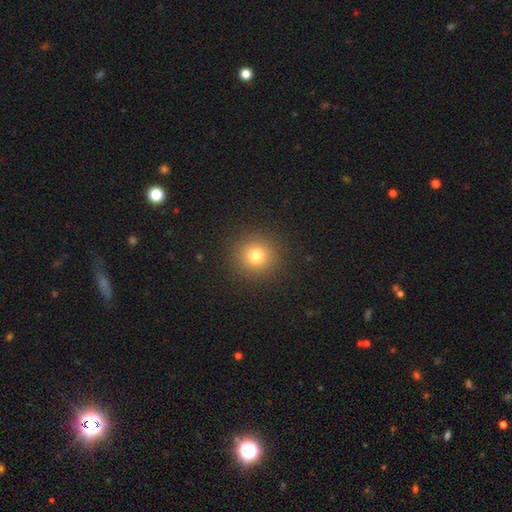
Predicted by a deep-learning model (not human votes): smooth_or_featured: smooth (p=0.77) [alt: star or artifact p=0.16]
how_rounded: round (p=0.93) [alt: in between p=0.06]
merging: none (p=0.91) [alt: minor disturbance p=0.05]